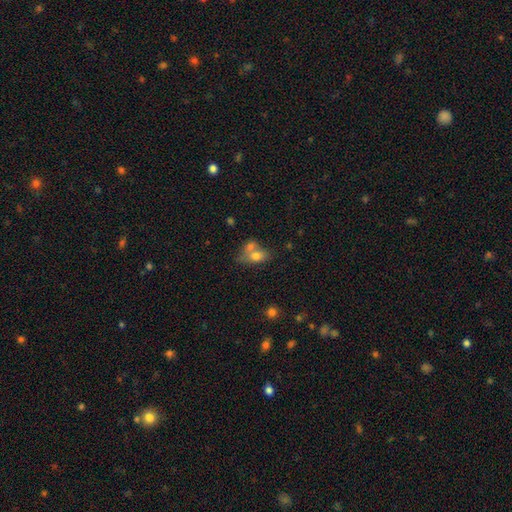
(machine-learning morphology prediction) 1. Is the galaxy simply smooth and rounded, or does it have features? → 73% smooth, 18% featured or disk, 10% star or artifact.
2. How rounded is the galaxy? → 74% in between, 24% round, 3% cigar-shaped.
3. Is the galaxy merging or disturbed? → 55% merger, 27% none, 11% minor disturbance, 6% major disturbance.